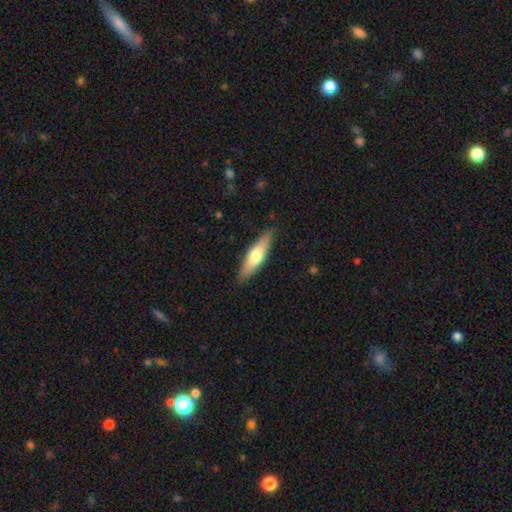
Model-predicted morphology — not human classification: type=smooth (60%); roundness=cigar-shaped (67%); merging=none (87%).